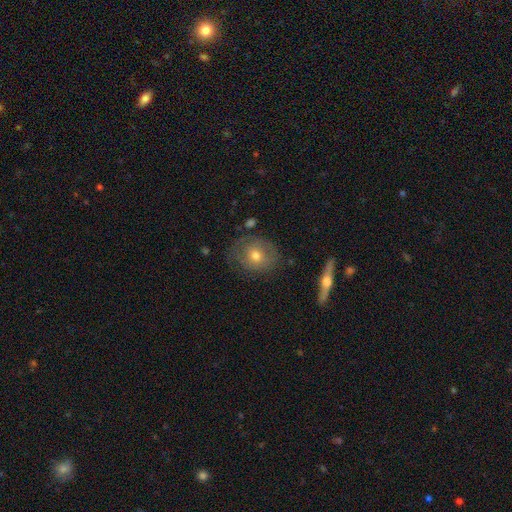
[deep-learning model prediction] This appears to be a smooth galaxy with no disk features (52%) that is round (64%). Merging: none (69%).